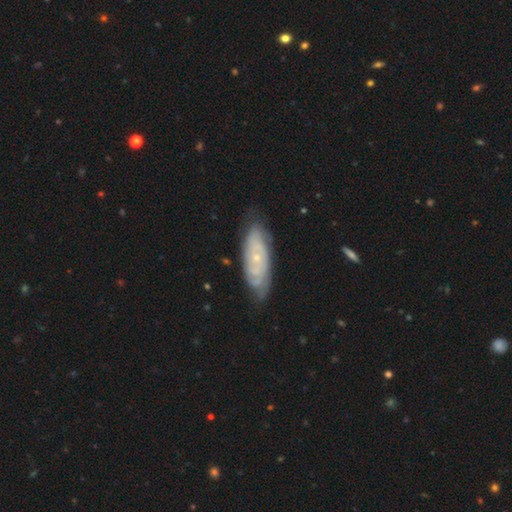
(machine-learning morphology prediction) type=featured or disk (58%); edge-on=no (79%); merging=none (82%).